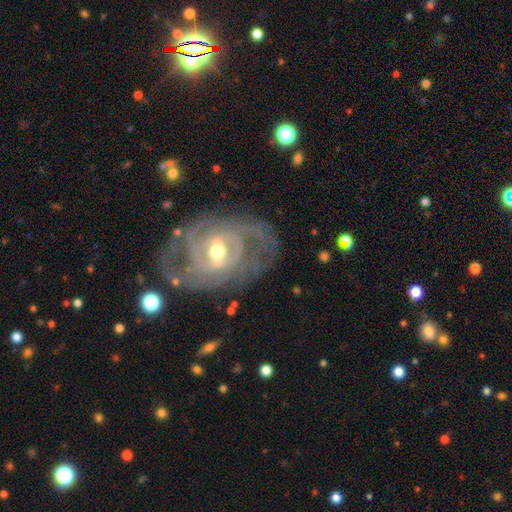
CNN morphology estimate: Smooth or featured? featured or disk (85%)
Edge-on disk? no (96%)
Bar? weak (46%)
Spiral arms? yes (95%)
Spiral winding? tight (67%)
Spiral arm count? can't tell (32%)
Bulge size? moderate (50%)
Merging? none (76%)